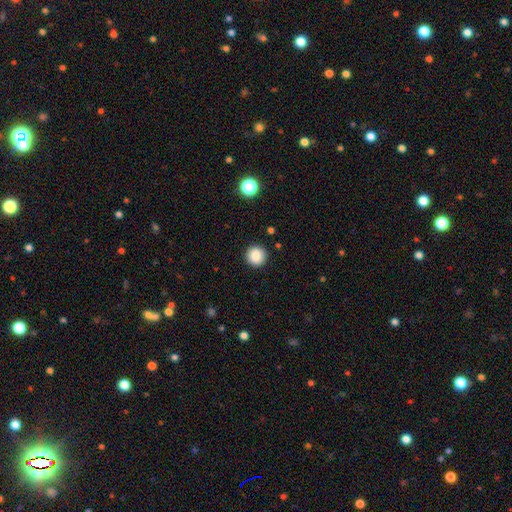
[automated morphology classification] The model was most divided on "smooth or featured": smooth: 85%, star or artifact: 9%, featured or disk: 5%. More confident: how rounded — round (94%); merging — none (91%).